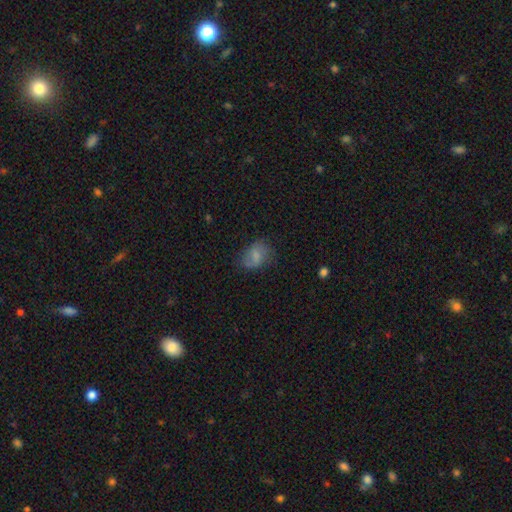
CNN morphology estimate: A smooth galaxy with no disk features (63%) that is in between round and cigar-shaped (77%). Merging: none (54%).